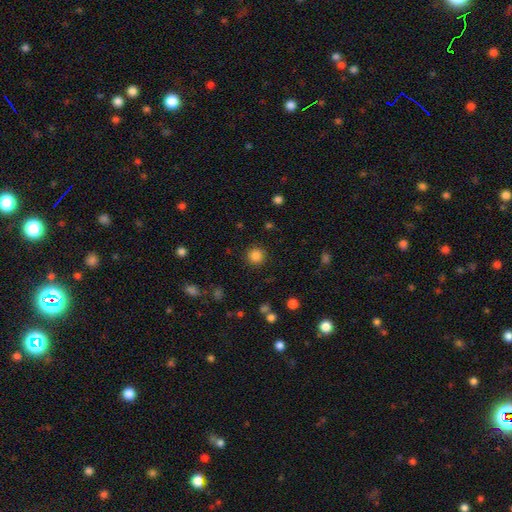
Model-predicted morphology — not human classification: smooth_or_featured: smooth (p=0.85) [alt: star or artifact p=0.12]
how_rounded: round (p=0.94) [alt: in between p=0.05]
merging: none (p=0.90) [alt: minor disturbance p=0.06]